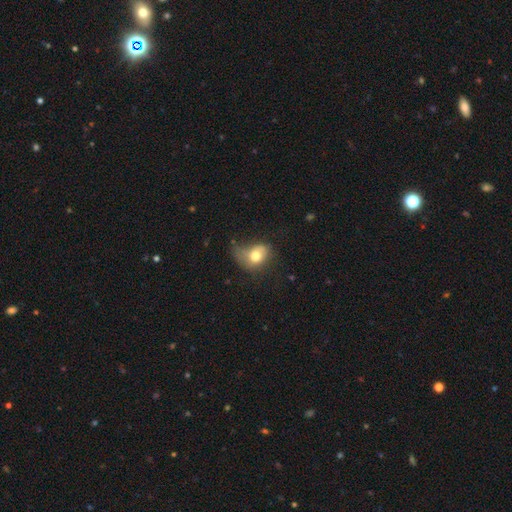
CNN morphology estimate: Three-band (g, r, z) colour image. It shows a smooth galaxy with no disk features (74%) that is in between round and cigar-shaped (58%). Merging: minor disturbance (36%).